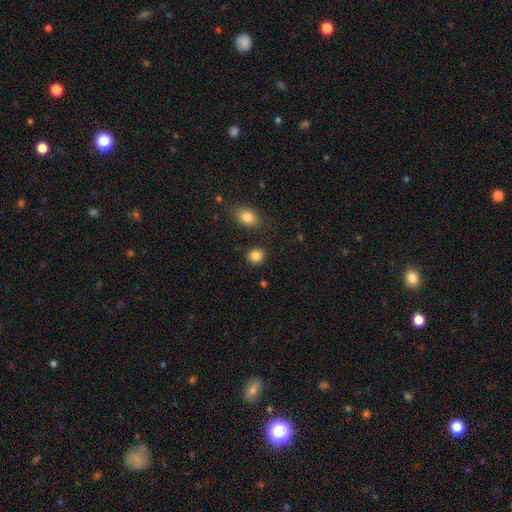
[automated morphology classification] Smooth or featured? Predicted: smooth (p=0.86). How rounded? Predicted: round (p=0.79). Merging? Predicted: none (p=0.87).